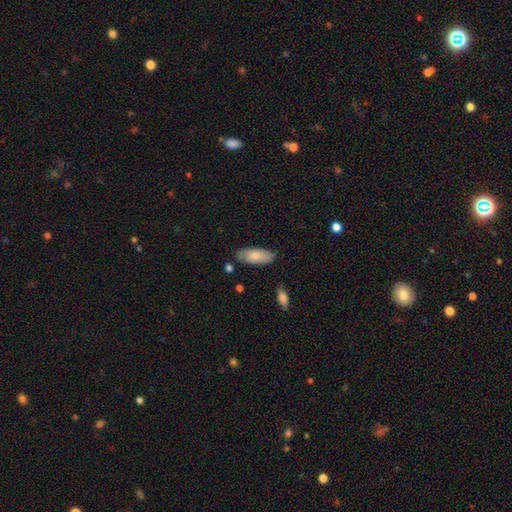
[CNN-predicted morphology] type=smooth (81%); roundness=in between (81%); merging=none (81%).